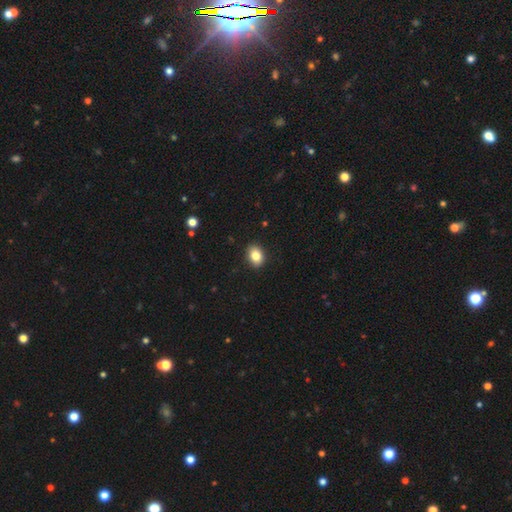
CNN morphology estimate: Smooth or featured? Predicted: smooth (p=0.84). How rounded? Predicted: in between (p=0.67). Merging? Predicted: none (p=0.89).